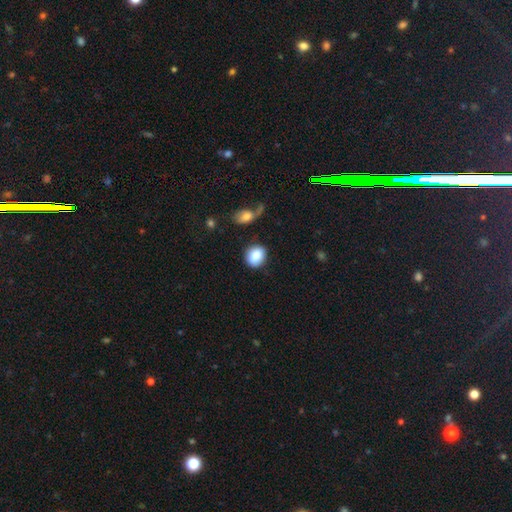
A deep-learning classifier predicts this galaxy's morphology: The model was most divided on "how rounded": round: 59%, in between: 40%, cigar-shaped: 1%. More confident: smooth or featured — smooth (85%); merging — none (73%).